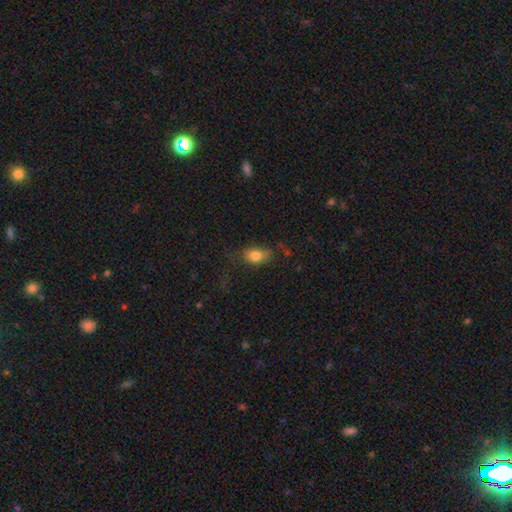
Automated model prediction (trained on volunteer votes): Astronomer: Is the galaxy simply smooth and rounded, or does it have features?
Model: smooth — 80%.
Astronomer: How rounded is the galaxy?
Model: in between — 82%.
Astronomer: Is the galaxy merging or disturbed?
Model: none — 54%.